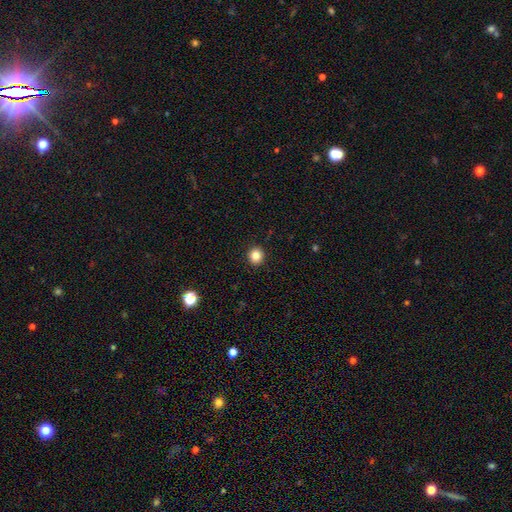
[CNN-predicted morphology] Overall: smooth (84%). How rounded: round (88%). Merging: none (93%).